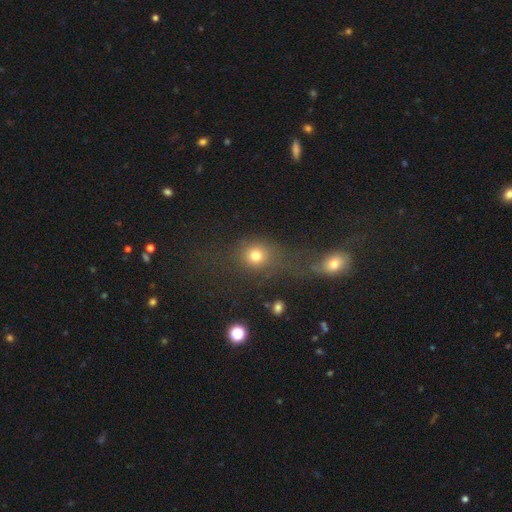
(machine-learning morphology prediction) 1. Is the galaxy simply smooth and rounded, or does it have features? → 73% smooth, 16% star or artifact, 11% featured or disk.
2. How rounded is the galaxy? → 81% round, 17% in between, 2% cigar-shaped.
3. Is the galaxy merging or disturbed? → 55% none, 20% merger, 13% major disturbance, 11% minor disturbance.